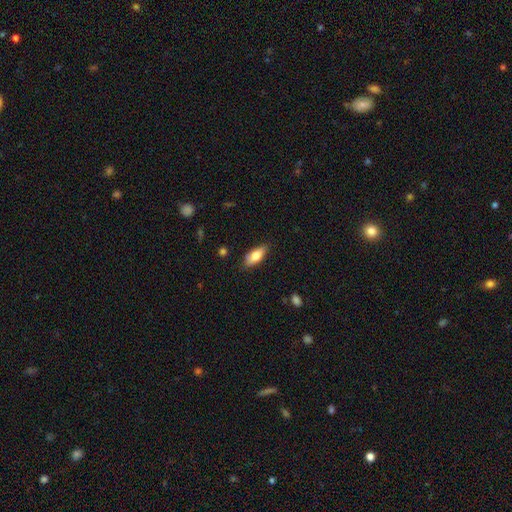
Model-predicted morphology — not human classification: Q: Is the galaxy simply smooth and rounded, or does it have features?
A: smooth — 77%.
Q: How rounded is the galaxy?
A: in between — 79%.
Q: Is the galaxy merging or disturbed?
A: none — 82%.